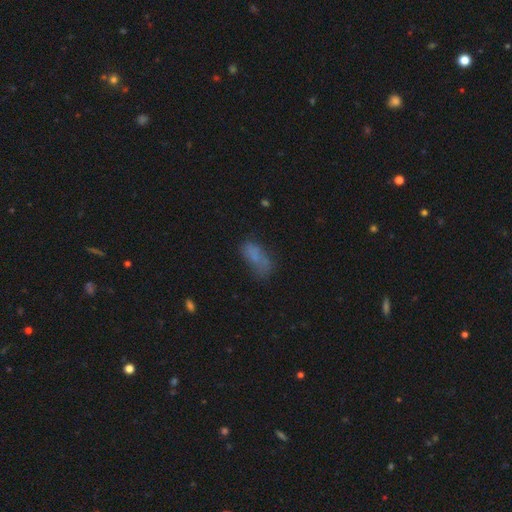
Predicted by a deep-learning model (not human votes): smooth-or-featured: smooth: 64% | featured or disk: 20% | star or artifact: 15%
  how-rounded: in between: 82% | cigar-shaped: 13% | round: 5%
  merging: none: 39% | minor disturbance: 27% | major disturbance: 23% | merger: 11%